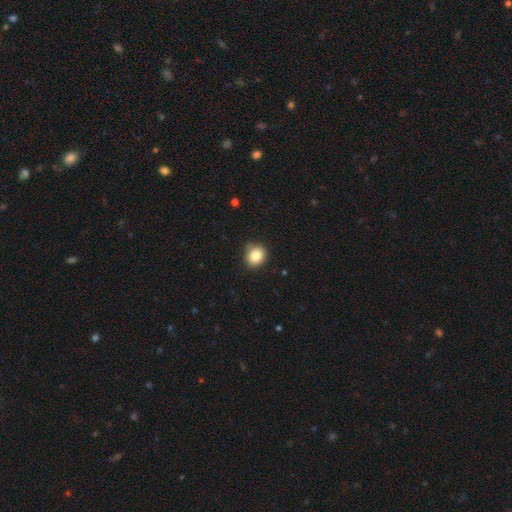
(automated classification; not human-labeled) The model was most divided on "how rounded": round: 77%, in between: 23%, cigar-shaped: 1%. More confident: smooth or featured — smooth (84%); merging — none (84%).